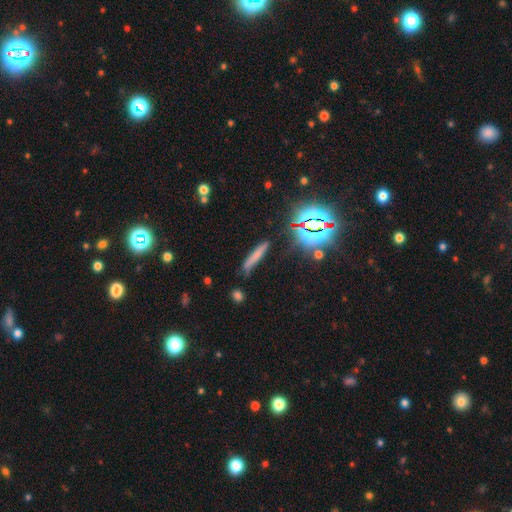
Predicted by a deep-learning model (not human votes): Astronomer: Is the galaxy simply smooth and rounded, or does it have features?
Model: smooth — 61%.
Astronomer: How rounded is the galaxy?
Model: cigar-shaped — 90%.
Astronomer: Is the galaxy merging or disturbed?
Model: none — 76%.